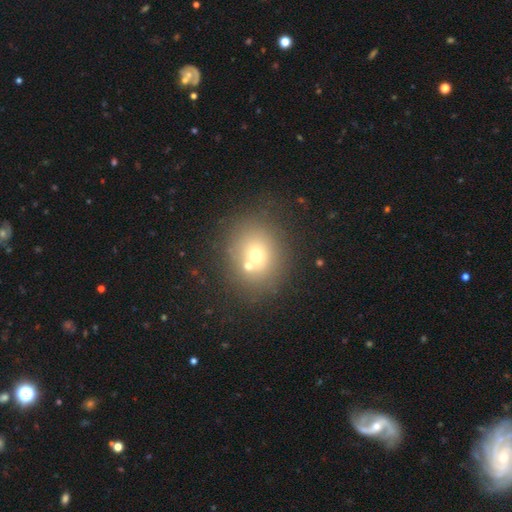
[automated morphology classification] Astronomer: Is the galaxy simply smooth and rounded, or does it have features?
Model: smooth — 64%.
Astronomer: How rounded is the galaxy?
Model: round — 70%.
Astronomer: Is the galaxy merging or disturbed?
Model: none — 60%.